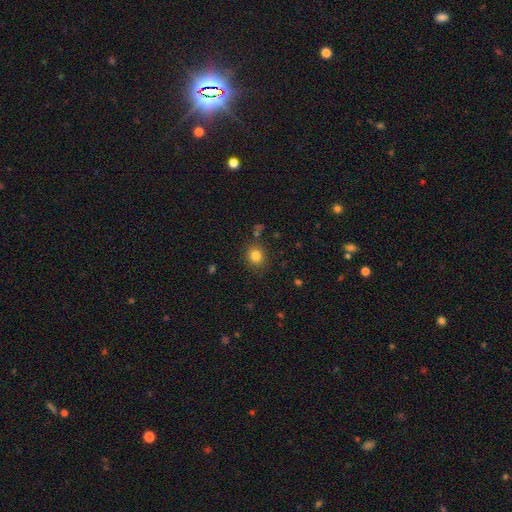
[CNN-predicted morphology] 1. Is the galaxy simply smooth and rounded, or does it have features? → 82% smooth, 12% star or artifact, 6% featured or disk.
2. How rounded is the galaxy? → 80% round, 19% in between, 1% cigar-shaped.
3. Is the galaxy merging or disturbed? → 84% none, 10% minor disturbance, 3% major disturbance, 3% merger.